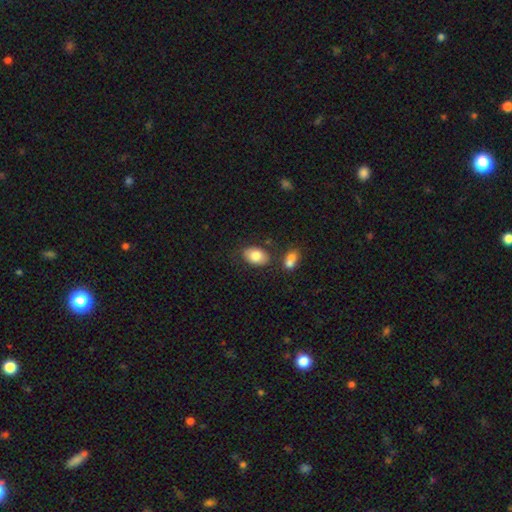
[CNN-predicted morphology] Smooth or featured?
  - smooth: 81% *
  - featured or disk: 11%
  - star or artifact: 7%
How rounded?
  - in between: 86% *
  - round: 12%
  - cigar-shaped: 1%
Merging?
  - none: 74% *
  - minor disturbance: 13%
  - merger: 9%
  - major disturbance: 4%